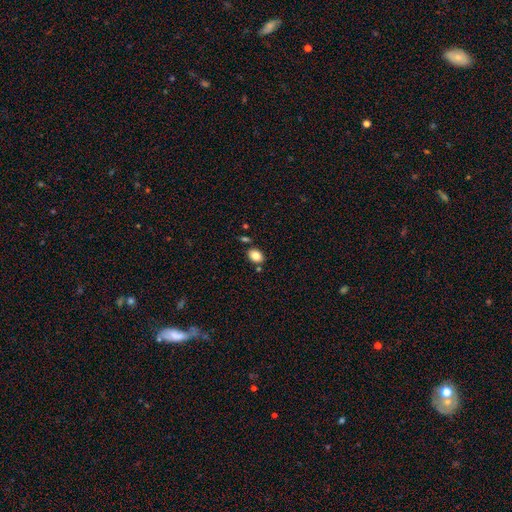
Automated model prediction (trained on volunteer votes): smooth_or_featured: smooth (p=0.83) [alt: star or artifact p=0.09]
how_rounded: in between (p=0.72) [alt: round p=0.27]
merging: none (p=0.78) [alt: minor disturbance p=0.12]